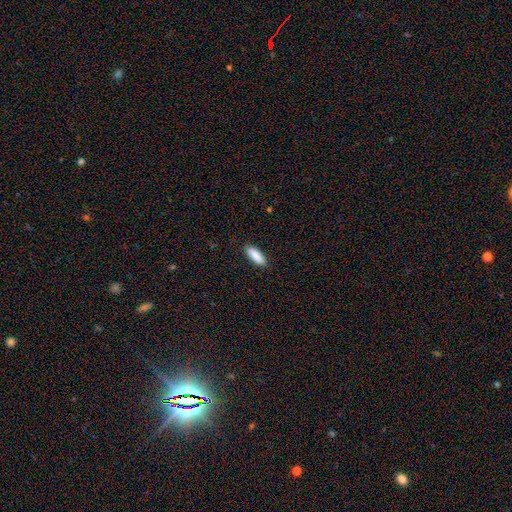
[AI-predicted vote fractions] smooth-or-featured: smooth: 89% | star or artifact: 6% | featured or disk: 5%
  how-rounded: in between: 55% | cigar-shaped: 44% | round: 2%
  merging: none: 89% | minor disturbance: 8% | major disturbance: 2% | merger: 1%